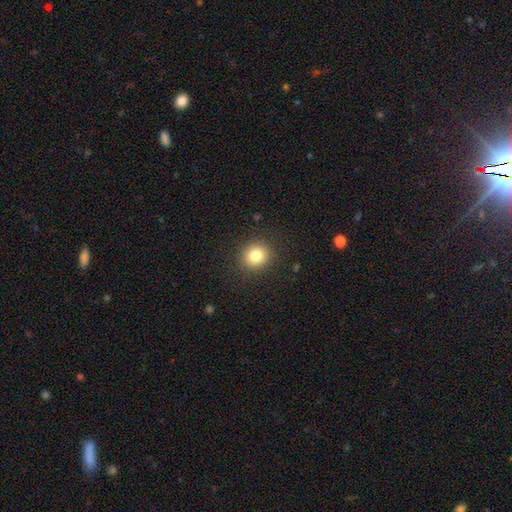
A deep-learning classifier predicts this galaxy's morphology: The model was most divided on "smooth or featured": smooth: 81%, star or artifact: 11%, featured or disk: 7%. More confident: merging — none (90%); how rounded — round (85%).